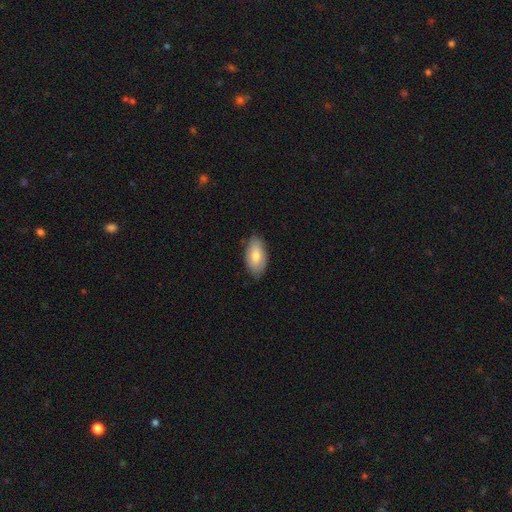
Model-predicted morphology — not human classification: smooth_or_featured: smooth (p=0.74) [alt: featured or disk p=0.20]
how_rounded: in between (p=0.94) [alt: round p=0.03]
merging: none (p=0.80) [alt: minor disturbance p=0.17]